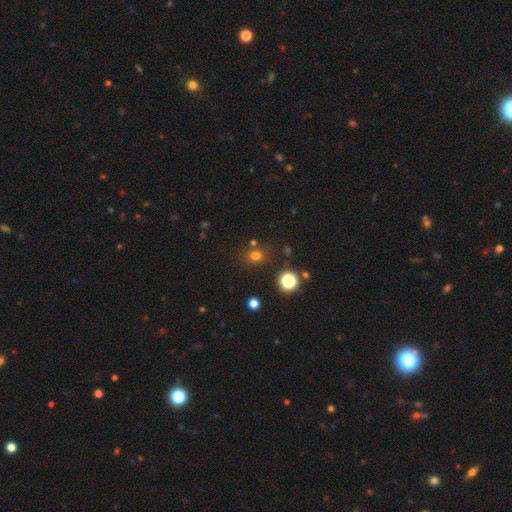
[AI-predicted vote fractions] A smooth galaxy with no disk features (71%) that is round (83%). Merging: none (80%).